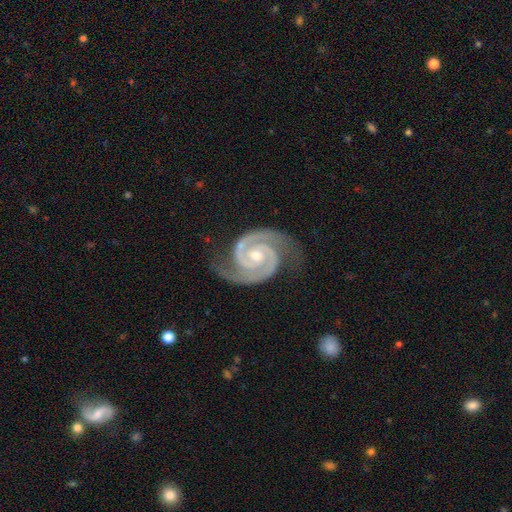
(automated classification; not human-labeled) Overall: featured or disk (94%). Edge-on disk: no (98%). Bar: no (61%; weak 28%). Spiral arms: yes (99%). Spiral arm count: 2 (94%). Spiral winding: tight (62%; medium 34%). Bulge size: moderate (56%; small 40%). Merging: none (78%).